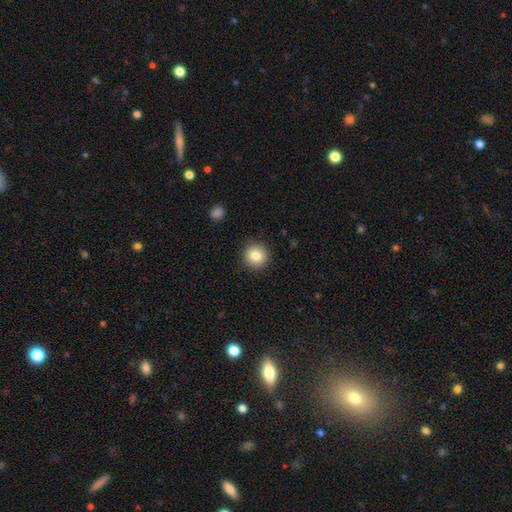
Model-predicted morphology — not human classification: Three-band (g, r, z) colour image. It shows a smooth galaxy with no disk features (83%) that is round (94%). Merging: none (91%).